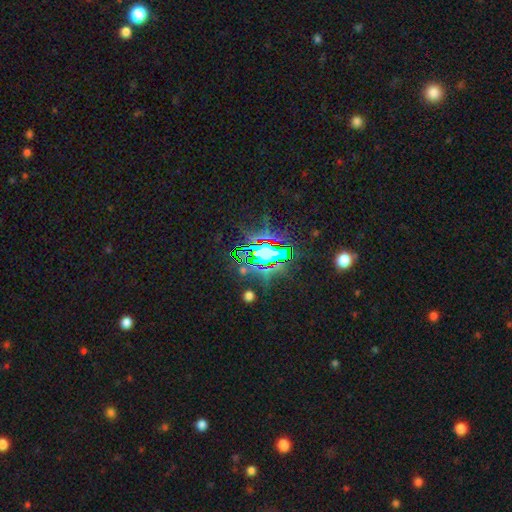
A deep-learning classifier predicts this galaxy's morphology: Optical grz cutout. It shows a star or artifact, not a galaxy (84%).